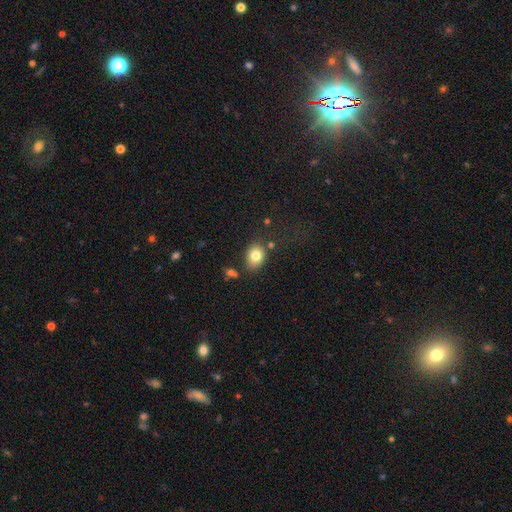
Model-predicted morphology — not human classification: This is clearly a smooth galaxy (80%). How rounded: possibly in between (59%). Merging: likely none (72%).